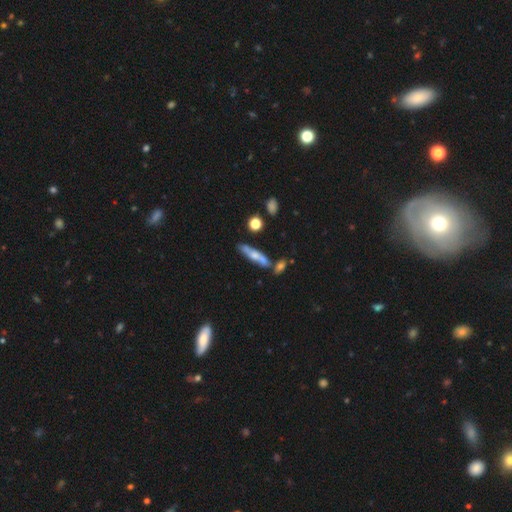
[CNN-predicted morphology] This appears to be a smooth galaxy with no disk features (49%). Merging: none (58%).